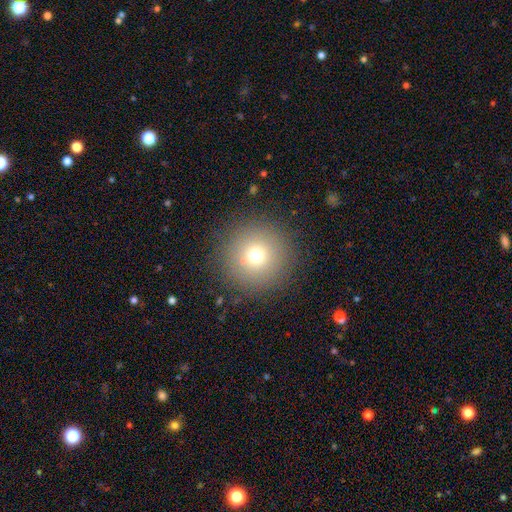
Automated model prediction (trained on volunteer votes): This appears to be a smooth galaxy with no disk features (71%) that is round (97%). Merging: none (89%).